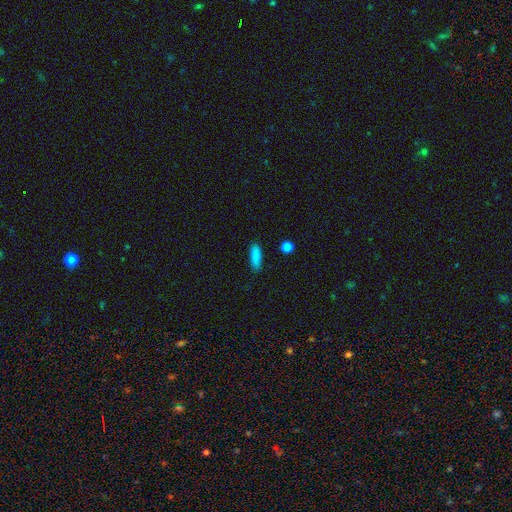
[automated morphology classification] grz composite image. It shows a smooth galaxy with no disk features (86%) that is cigar-shaped (53%). Merging: none (84%).